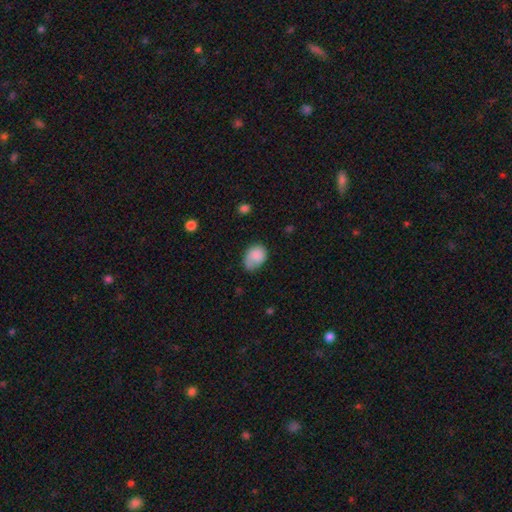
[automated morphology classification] type=smooth (78%); roundness=in between (74%); merging=none (49%).